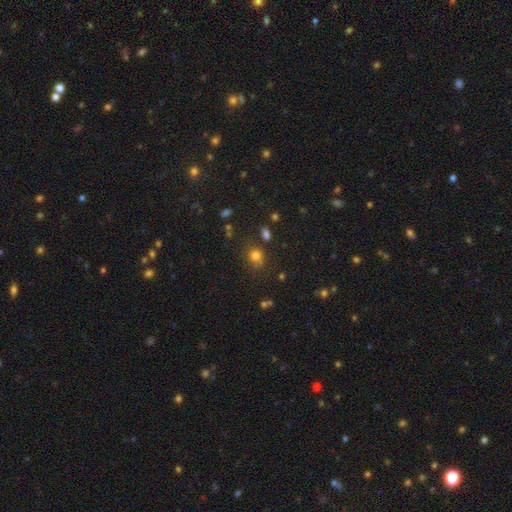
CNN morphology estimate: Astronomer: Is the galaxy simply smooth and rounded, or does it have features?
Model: smooth — 76%.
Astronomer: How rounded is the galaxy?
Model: round — 77%.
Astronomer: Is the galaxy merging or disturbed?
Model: none — 75%.